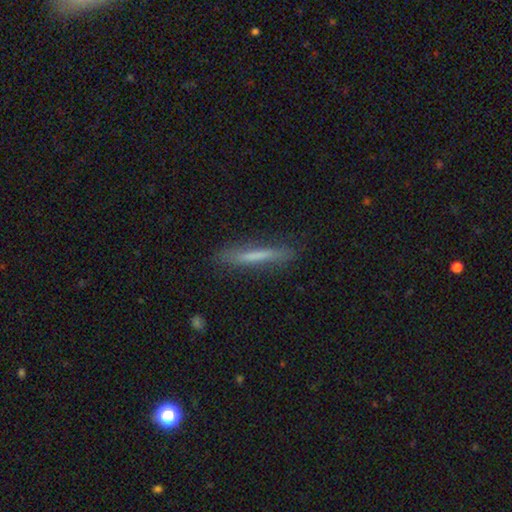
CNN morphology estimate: Smooth or featured? Predicted: smooth (p=0.60). How rounded? Predicted: cigar-shaped (p=0.95). Merging? Predicted: none (p=0.82).